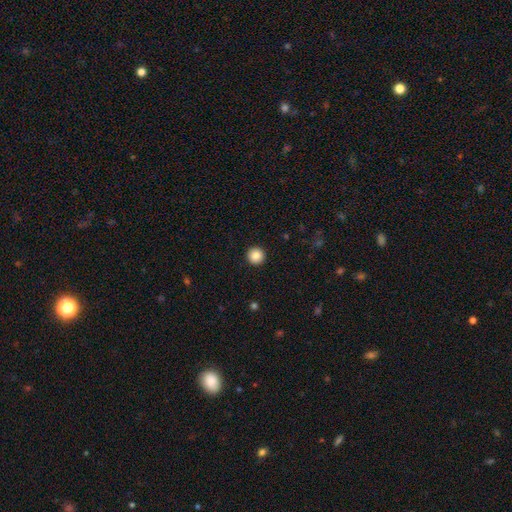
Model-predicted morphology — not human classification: Smooth or featured? smooth (86%)
How rounded? round (97%)
Merging? none (94%)